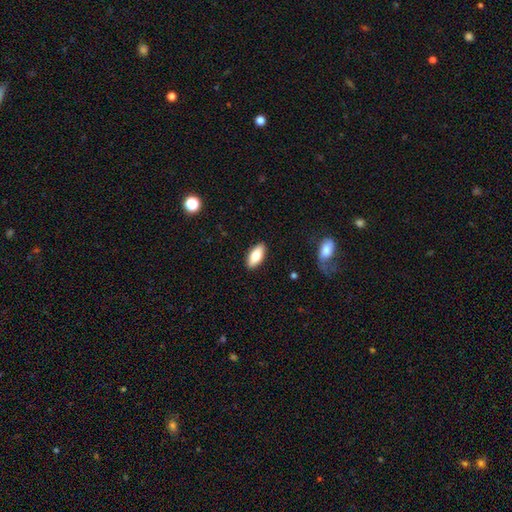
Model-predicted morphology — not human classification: The model was most divided on "smooth or featured": smooth: 77%, featured or disk: 16%, star or artifact: 7%. More confident: merging — none (89%); how rounded — in between (84%).